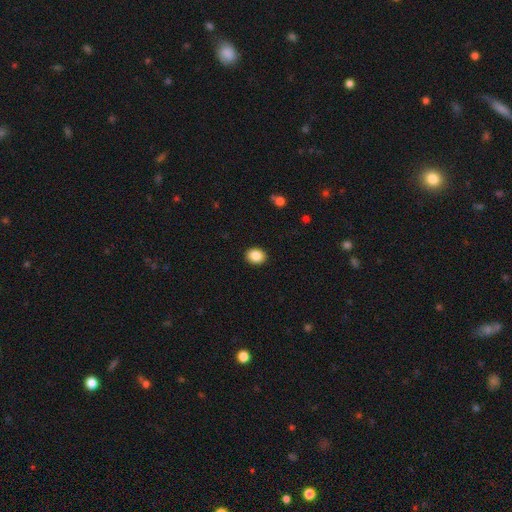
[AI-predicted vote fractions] smooth-or-featured: smooth: 87% | star or artifact: 8% | featured or disk: 4%
  how-rounded: in between: 50% | round: 49% | cigar-shaped: 1%
  merging: none: 92% | minor disturbance: 6% | major disturbance: 2% | merger: 1%